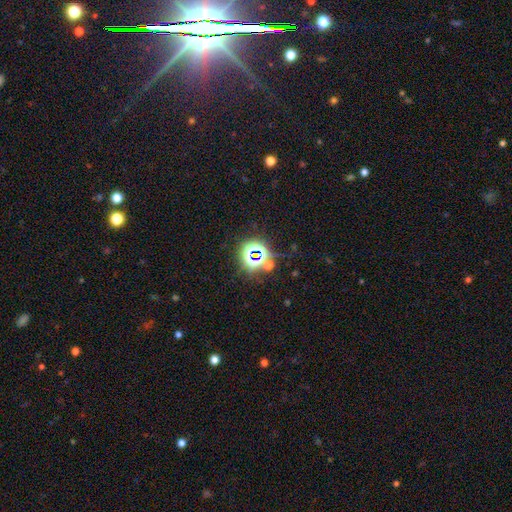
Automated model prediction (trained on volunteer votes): This is likely a star or artifact rather than a galaxy (70%).